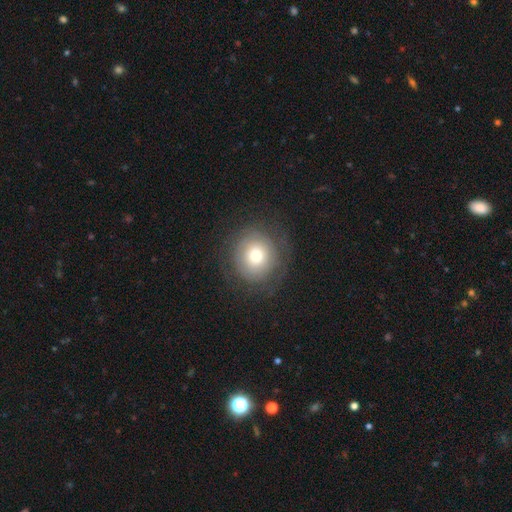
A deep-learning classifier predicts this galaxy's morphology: This is possibly a smooth galaxy (59%). How rounded: clearly round (93%). Merging: likely none (78%).